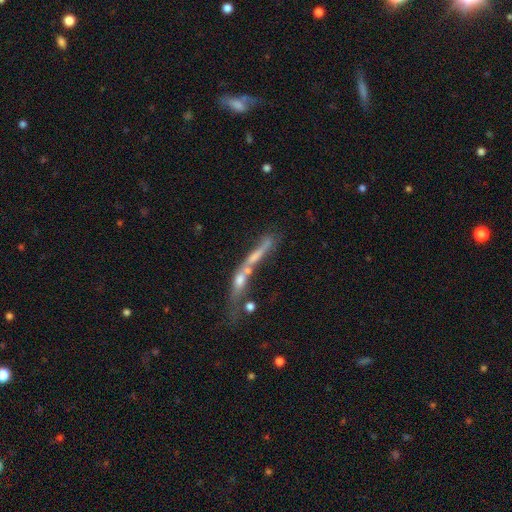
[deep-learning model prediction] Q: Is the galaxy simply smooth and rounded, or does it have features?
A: featured or disk — 47%.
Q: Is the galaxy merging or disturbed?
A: merger — 50%.